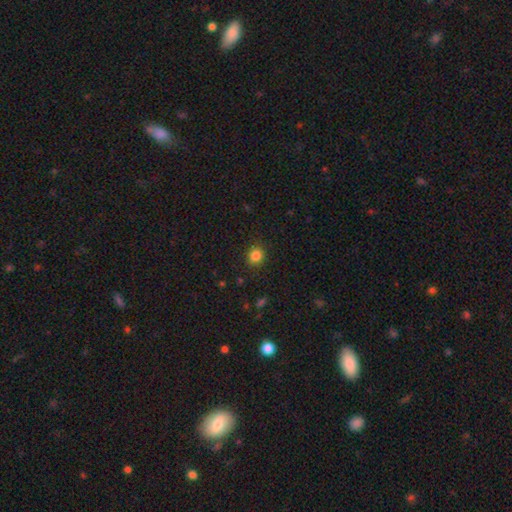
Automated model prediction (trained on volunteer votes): Overall: smooth (84%). How rounded: round (81%). Merging: none (89%).